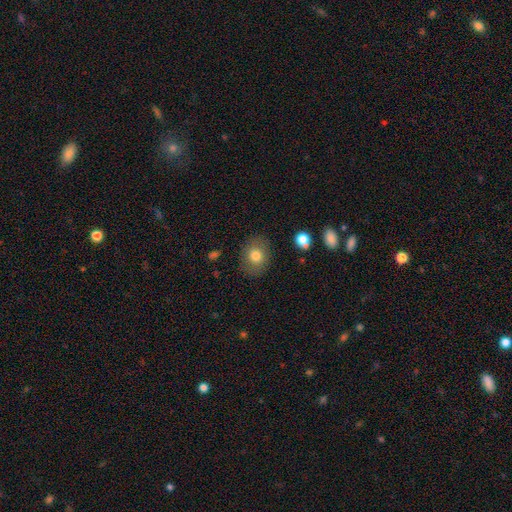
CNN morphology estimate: The model was most divided on "how rounded": round: 51%, in between: 48%, cigar-shaped: 1%. More confident: merging — none (84%); smooth or featured — smooth (78%).